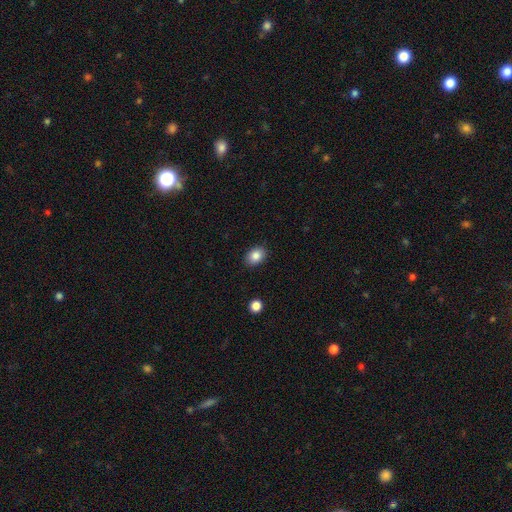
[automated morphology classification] smooth-or-featured: smooth: 85% | star or artifact: 9% | featured or disk: 6%
  how-rounded: in between: 72% | round: 27% | cigar-shaped: 1%
  merging: none: 88% | minor disturbance: 9% | major disturbance: 2% | merger: 1%